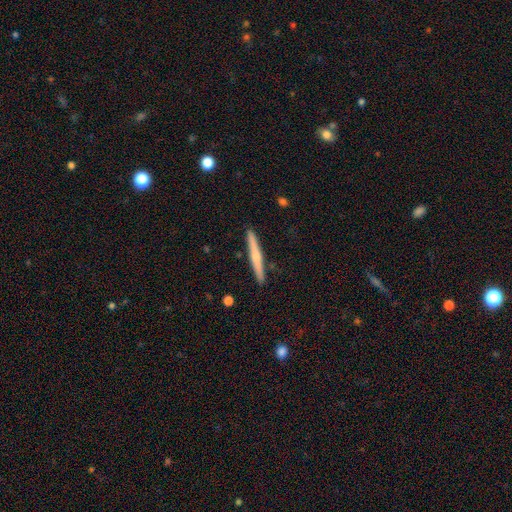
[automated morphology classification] A featured or disk galaxy (51%) viewed edge-on (97%). Merging: none (91%).